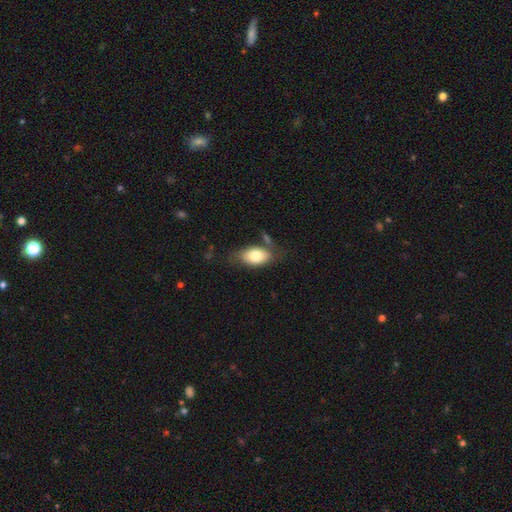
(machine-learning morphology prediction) This is likely a smooth galaxy (78%). How rounded: clearly in between (92%). Merging: likely none (63%).